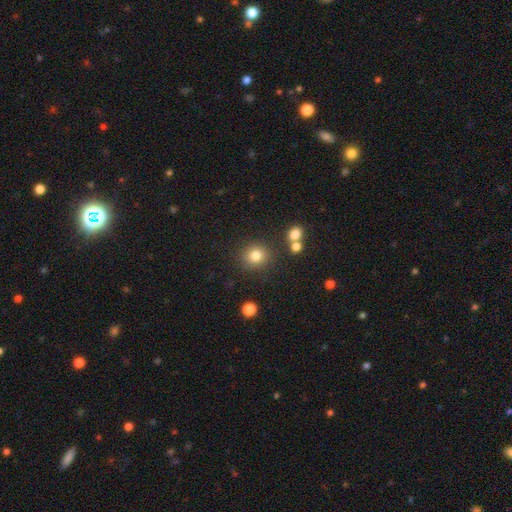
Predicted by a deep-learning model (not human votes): Smooth or featured? smooth (81%)
How rounded? round (89%)
Merging? none (84%)